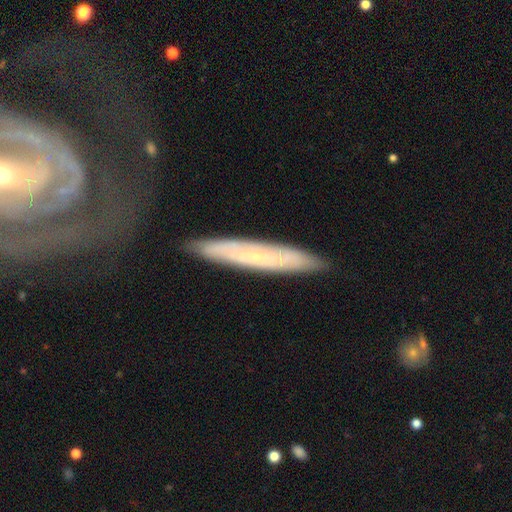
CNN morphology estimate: Smooth or featured? featured or disk (48%)
Merging? none (85%)